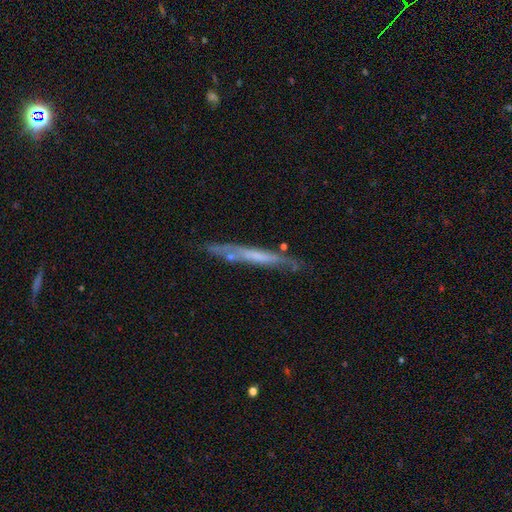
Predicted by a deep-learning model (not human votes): smooth-or-featured: featured or disk: 58% | smooth: 35% | star or artifact: 7%
  disk-edge-on: yes: 84% | no: 16%
  merging: none: 72% | minor disturbance: 19% | major disturbance: 5% | merger: 4%